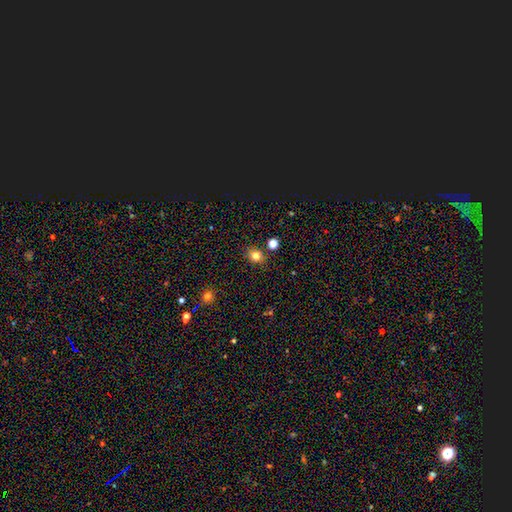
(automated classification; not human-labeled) Q: Smooth or featured?
A: smooth (78%); runner-up: star or artifact (15%)
Q: How rounded?
A: round (58%); runner-up: in between (41%)
Q: Merging?
A: none (83%); runner-up: minor disturbance (10%)